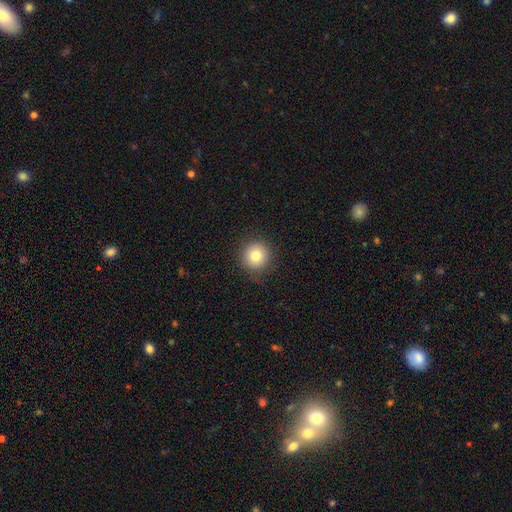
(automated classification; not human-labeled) Q: Smooth or featured?
A: smooth (79%); runner-up: star or artifact (11%)
Q: How rounded?
A: round (94%); runner-up: in between (5%)
Q: Merging?
A: none (88%); runner-up: minor disturbance (9%)